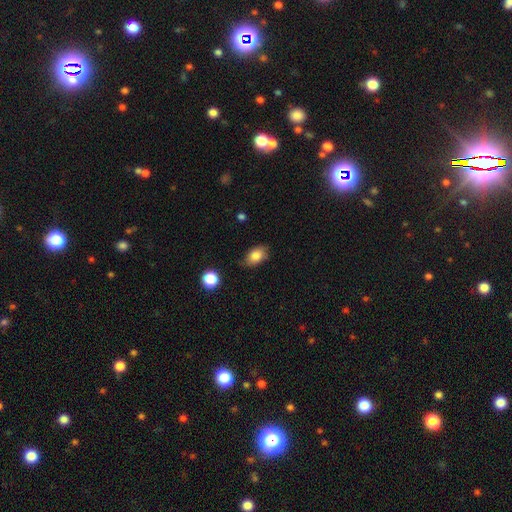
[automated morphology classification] Smooth or featured? Predicted: smooth (p=0.82). How rounded? Predicted: in between (p=0.84). Merging? Predicted: none (p=0.75).